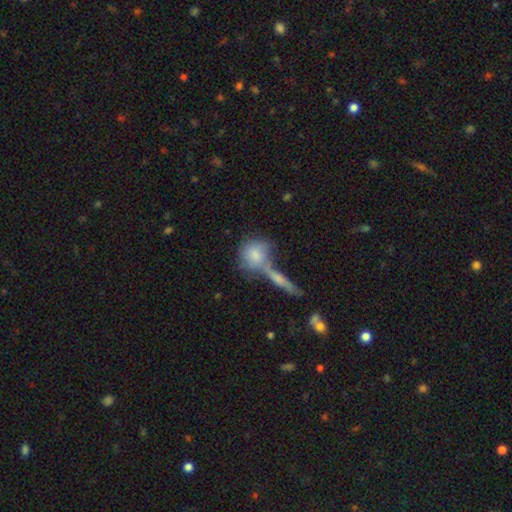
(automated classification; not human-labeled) Smooth or featured? Predicted: smooth (p=0.73). How rounded? Predicted: round (p=0.70). Merging? Predicted: none (p=0.43).